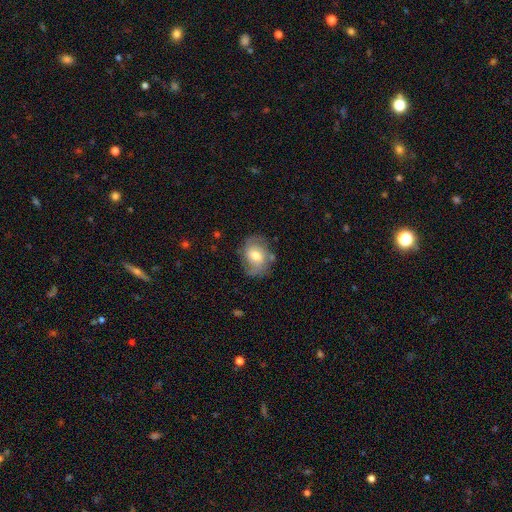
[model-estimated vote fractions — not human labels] Smooth or featured: featured or disk — 47% (smooth — 46%)
Merging: none — 67% (minor disturbance — 22%)